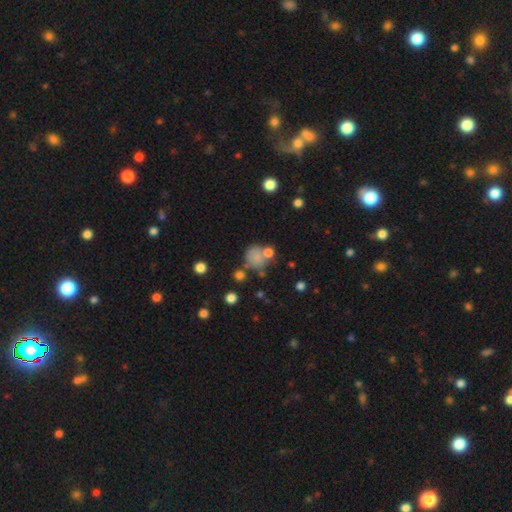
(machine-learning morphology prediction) Q: Smooth or featured?
A: smooth (70%); runner-up: featured or disk (17%)
Q: How rounded?
A: round (79%); runner-up: in between (20%)
Q: Merging?
A: none (46%); runner-up: merger (25%)